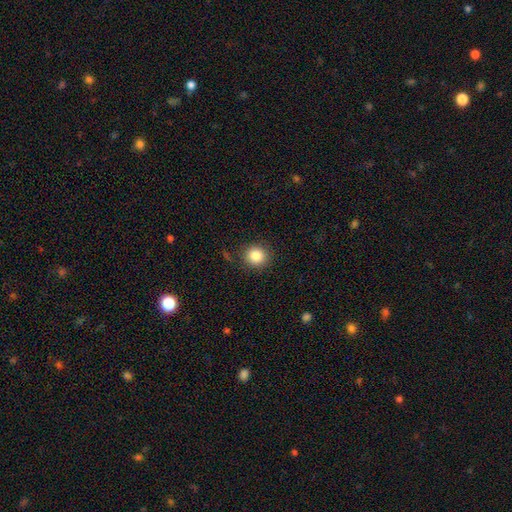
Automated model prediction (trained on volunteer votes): Morphology: type=smooth (84%); roundness=round (89%); merging=none (88%).